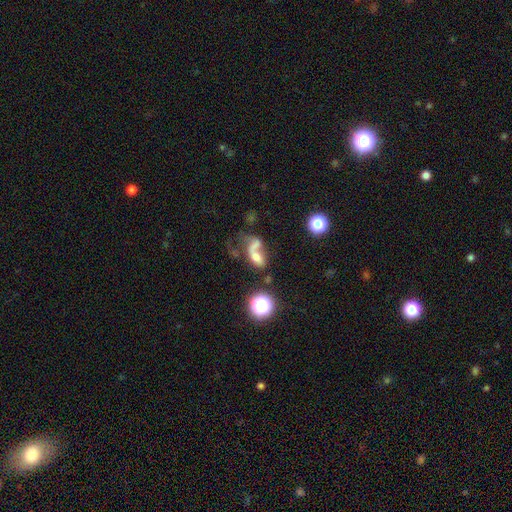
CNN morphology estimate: Overall: smooth (48%; featured or disk 34%). Merging: merger (43%; major disturbance 26%).